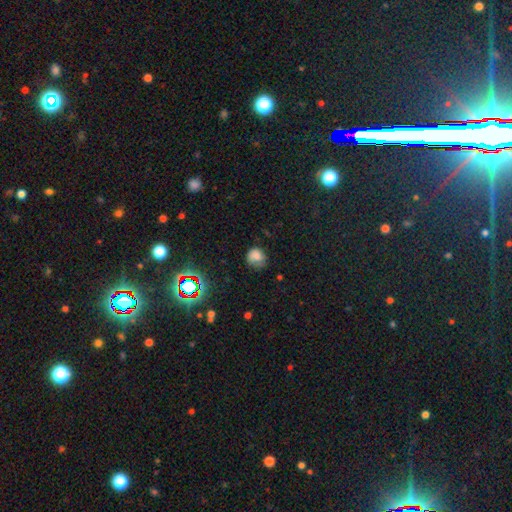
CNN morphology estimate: Smooth or featured? Predicted: smooth (p=0.76). How rounded? Predicted: round (p=0.77). Merging? Predicted: none (p=0.56).